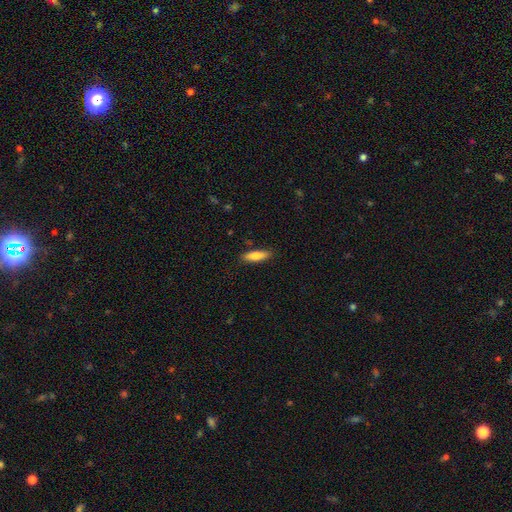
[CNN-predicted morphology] Smooth or featured?
  - smooth: 82% *
  - featured or disk: 12%
  - star or artifact: 6%
How rounded?
  - cigar-shaped: 58% *
  - in between: 41%
  - round: 2%
Merging?
  - none: 87% *
  - minor disturbance: 10%
  - major disturbance: 2%
  - merger: 1%